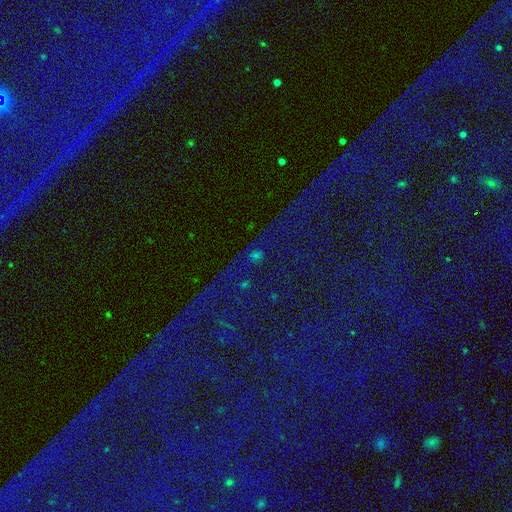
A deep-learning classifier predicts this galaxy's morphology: A star or artifact, not a galaxy (68%).

Vote fractions:
- Smooth or featured? star or artifact: 68% / smooth: 22% / featured or disk: 10%